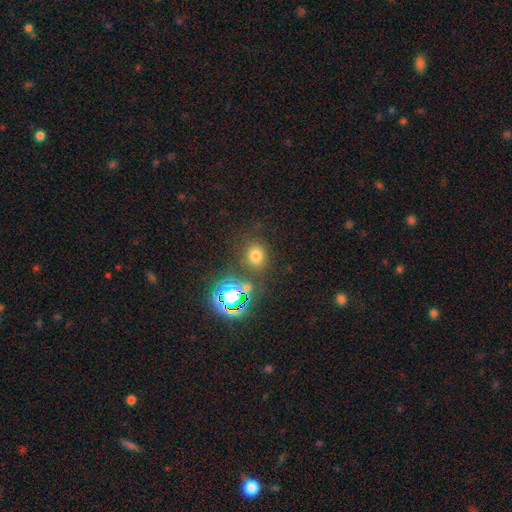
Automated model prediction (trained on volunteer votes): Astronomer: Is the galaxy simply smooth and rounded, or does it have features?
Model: smooth — 67%.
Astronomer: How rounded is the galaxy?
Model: round — 78%.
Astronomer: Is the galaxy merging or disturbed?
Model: none — 77%.